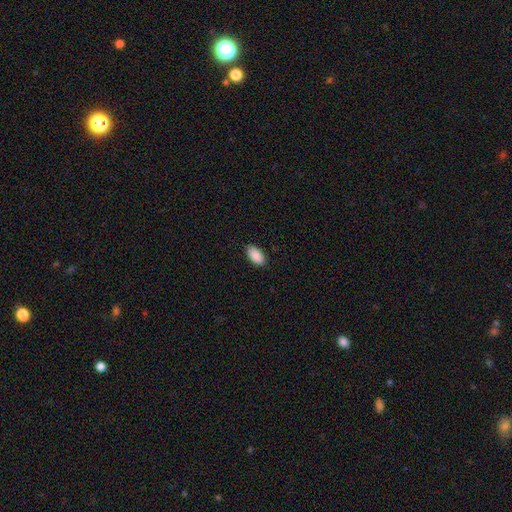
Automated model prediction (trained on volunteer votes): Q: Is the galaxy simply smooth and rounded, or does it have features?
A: smooth — 90%.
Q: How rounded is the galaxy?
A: in between — 95%.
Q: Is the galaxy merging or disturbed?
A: none — 87%.